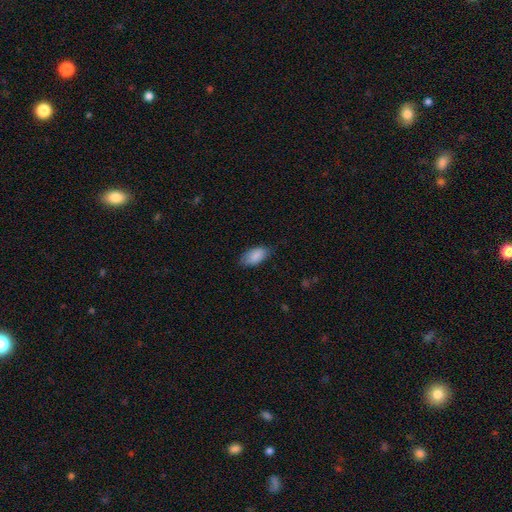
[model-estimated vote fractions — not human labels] The model was most divided on "merging": none: 74%, minor disturbance: 21%, major disturbance: 4%, merger: 1%. More confident: how rounded — in between (93%); smooth or featured — smooth (87%).